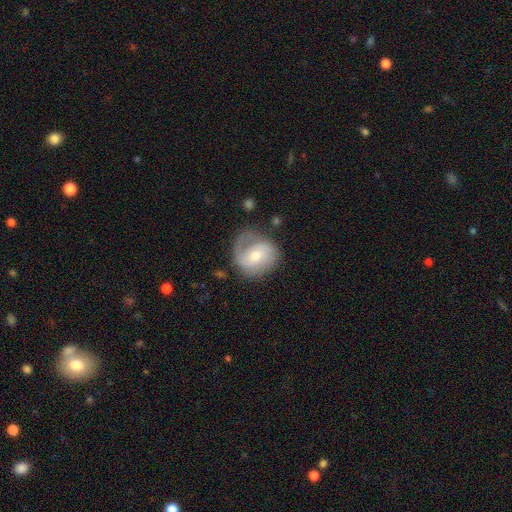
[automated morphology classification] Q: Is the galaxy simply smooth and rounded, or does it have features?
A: featured or disk — 59%.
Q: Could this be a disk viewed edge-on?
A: no — 97%.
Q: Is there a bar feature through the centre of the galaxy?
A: no — 47%.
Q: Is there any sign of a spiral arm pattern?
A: yes — 81%.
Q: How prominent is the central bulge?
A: moderate — 60%.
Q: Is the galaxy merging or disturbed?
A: none — 56%.